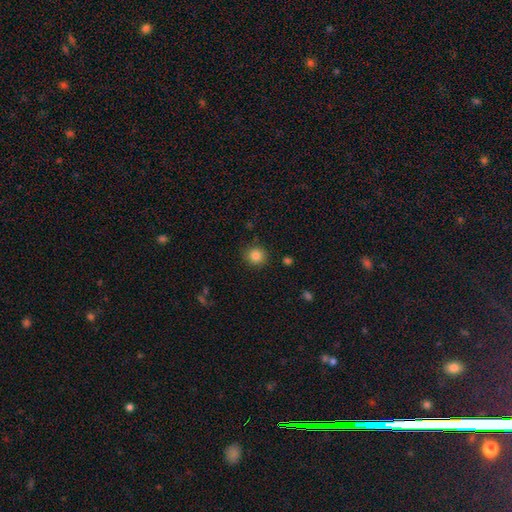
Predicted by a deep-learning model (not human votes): The model was most divided on "smooth or featured": smooth: 84%, star or artifact: 11%, featured or disk: 5%. More confident: how rounded — round (89%); merging — none (89%).